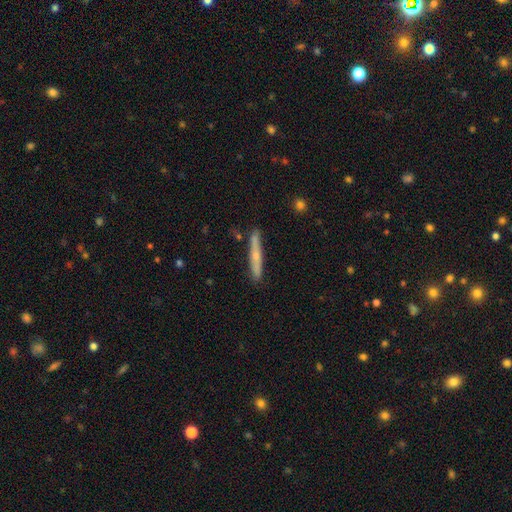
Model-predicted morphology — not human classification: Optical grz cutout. It shows a featured or disk galaxy (54%) viewed edge-on (93%). Merging: none (85%).